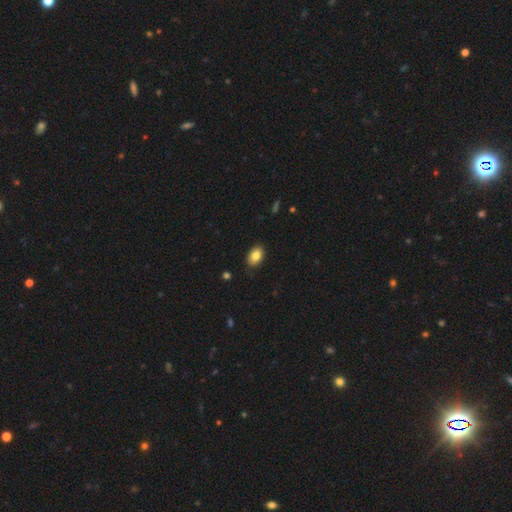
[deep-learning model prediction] smooth 84%, featured or disk 8%, star or artifact 8%. Down the decision tree: how rounded — in between (87%); merging — none (87%).